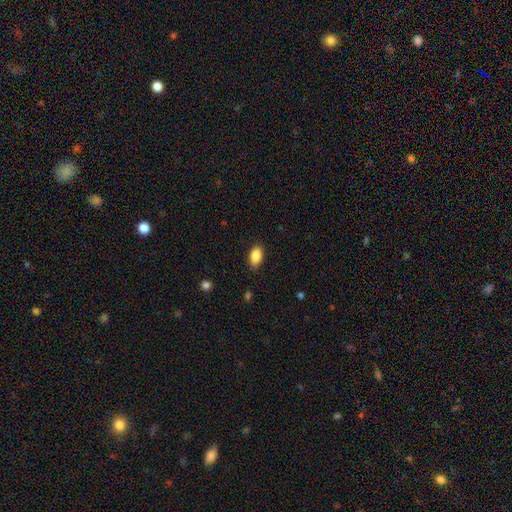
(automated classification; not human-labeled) A smooth galaxy with no disk features (87%) that is in between round and cigar-shaped (92%). Merging: none (85%).